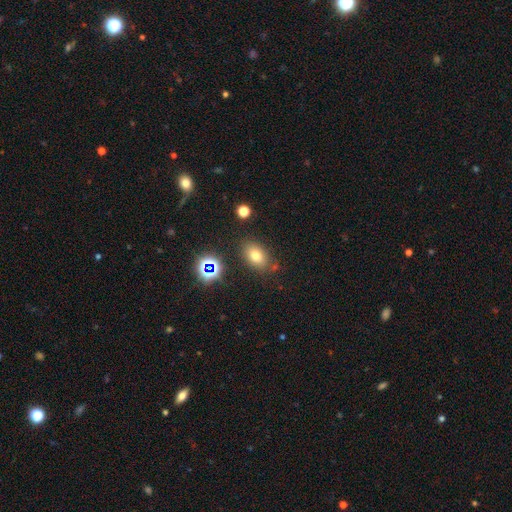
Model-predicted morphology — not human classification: The model was most divided on "smooth or featured": smooth: 72%, star or artifact: 16%, featured or disk: 12%. More confident: how rounded — in between (79%); merging — none (78%).